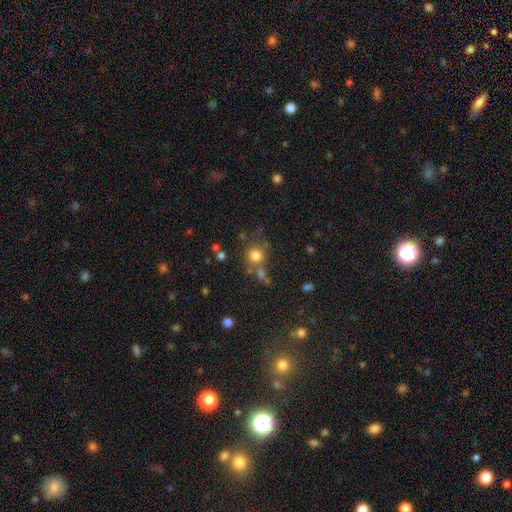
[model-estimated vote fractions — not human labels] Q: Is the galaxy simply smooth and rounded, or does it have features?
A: smooth — 77%.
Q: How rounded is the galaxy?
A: round — 90%.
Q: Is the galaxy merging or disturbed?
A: none — 66%.